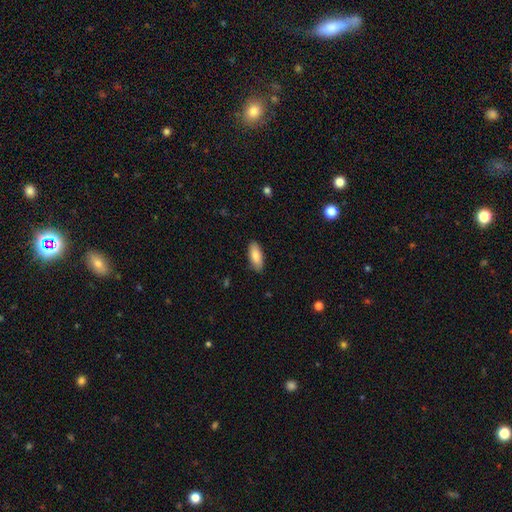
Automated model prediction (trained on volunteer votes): A smooth galaxy with no disk features (84%) that is in between round and cigar-shaped (84%).

Vote fractions:
- Smooth or featured? smooth: 84% / featured or disk: 10% / star or artifact: 6%
- How rounded? in between: 84% / cigar-shaped: 14% / round: 2%
- Merging? none: 88% / minor disturbance: 9% / major disturbance: 2% / merger: 1%